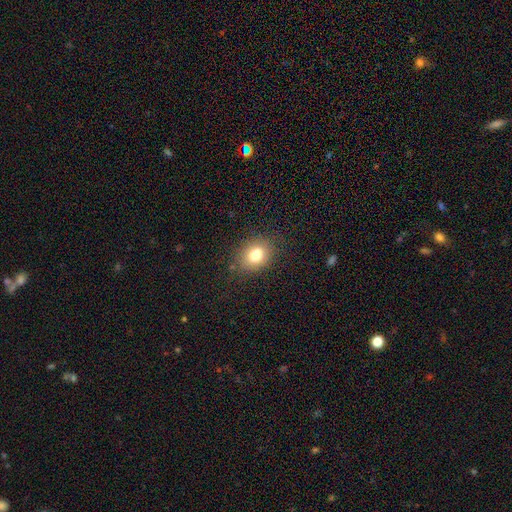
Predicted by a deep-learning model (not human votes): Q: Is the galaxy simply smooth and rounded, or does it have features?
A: smooth — 78%.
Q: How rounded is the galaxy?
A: in between — 59%.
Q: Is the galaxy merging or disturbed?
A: none — 77%.